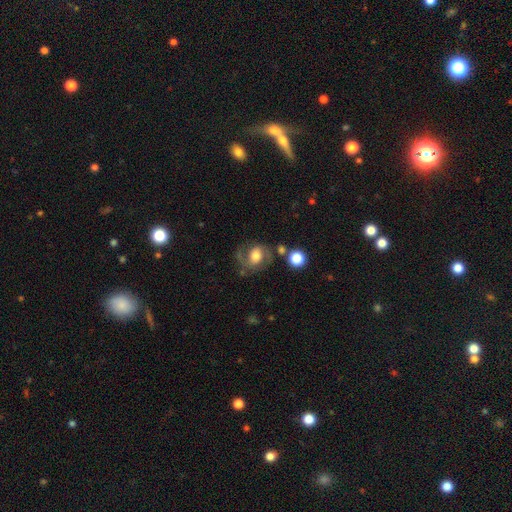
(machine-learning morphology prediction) Smooth or featured?
  - featured or disk: 65% *
  - smooth: 26%
  - star or artifact: 9%
Edge-on disk?
  - no: 97% *
  - yes: 3%
Bar?
  - no: 53% *
  - weak: 37%
  - strong: 10%
Spiral arms?
  - yes: 90% *
  - no: 10%
Spiral winding?
  - medium: 52% *
  - loose: 26%
  - tight: 22%
Spiral arm count?
  - 2: 81% *
  - 1: 9%
  - can't tell: 6%
  - 3: 2%
  - 4: 1%
  - more than 4: 1%
Bulge size?
  - moderate: 55% *
  - large: 30%
  - small: 9%
  - dominant: 3%
  - none: 2%
Merging?
  - none: 59% *
  - minor disturbance: 20%
  - major disturbance: 14%
  - merger: 7%